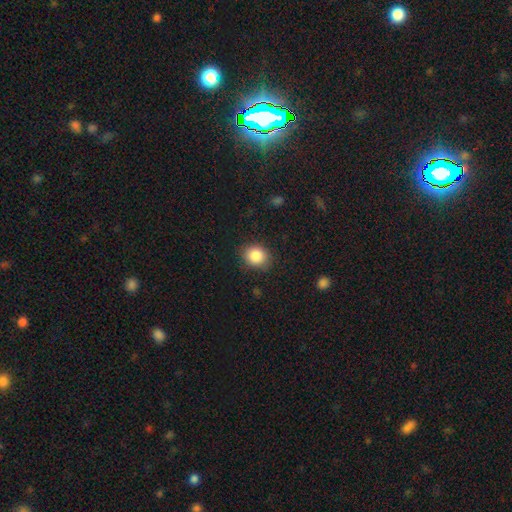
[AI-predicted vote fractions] Smooth or featured? smooth (86%)
How rounded? round (72%)
Merging? none (85%)